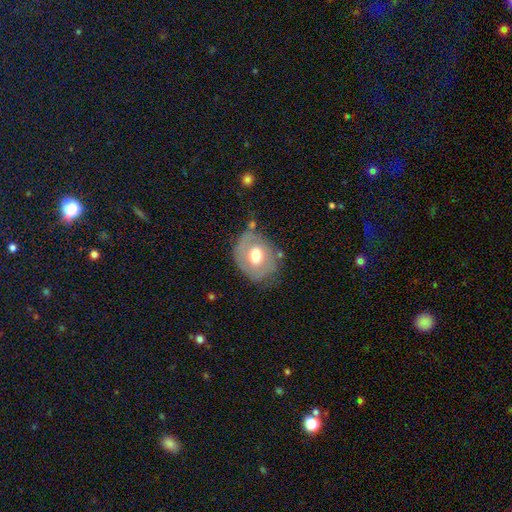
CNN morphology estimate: Smooth or featured?
  - smooth: 47% * (tied)
  - featured or disk: 47% * (tied)
  - star or artifact: 6%
Merging?
  - none: 58% *
  - minor disturbance: 25%
  - major disturbance: 12%
  - merger: 5%